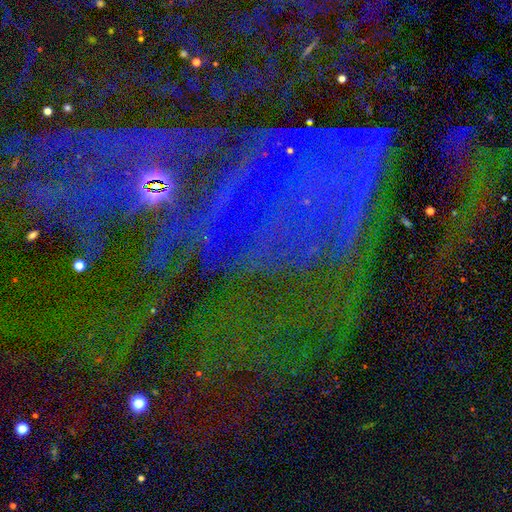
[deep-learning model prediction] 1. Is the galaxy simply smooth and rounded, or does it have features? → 78% star or artifact, 13% featured or disk, 9% smooth.